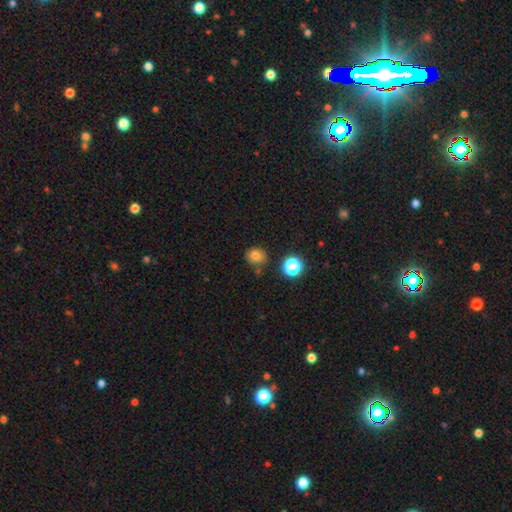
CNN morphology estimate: This is likely a smooth galaxy (77%). How rounded: clearly round (84%). Merging: likely none (80%).